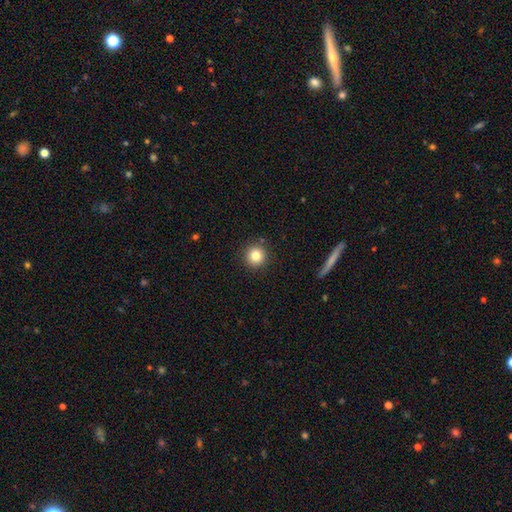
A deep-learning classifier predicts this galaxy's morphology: Smooth or featured? Predicted: smooth (p=0.82). How rounded? Predicted: round (p=0.95). Merging? Predicted: none (p=0.90).